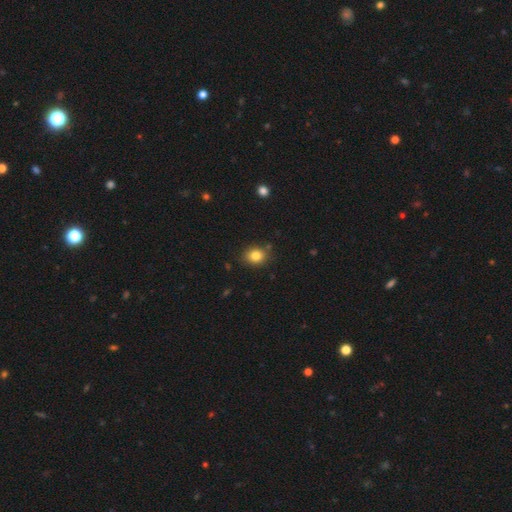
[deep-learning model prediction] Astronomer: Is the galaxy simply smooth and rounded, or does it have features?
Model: smooth — 83%.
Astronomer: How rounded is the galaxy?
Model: round — 57% (runner-up: in between, 42%).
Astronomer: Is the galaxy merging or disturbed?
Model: none — 83%.